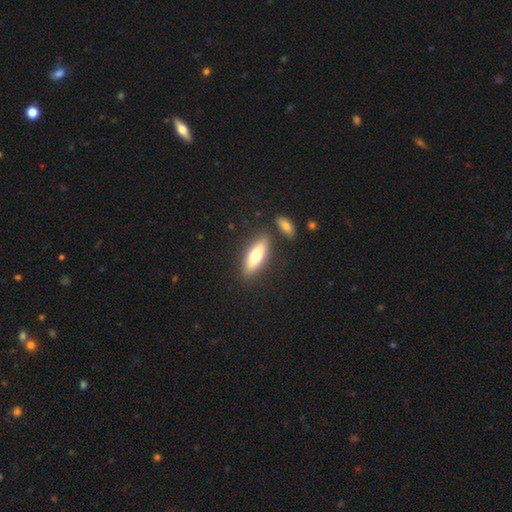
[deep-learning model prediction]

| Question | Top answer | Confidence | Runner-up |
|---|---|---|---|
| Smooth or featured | smooth | 62% | featured or disk (32%) |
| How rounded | in between | 53% | cigar-shaped (44%) |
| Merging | none | 82% | minor disturbance (9%) |